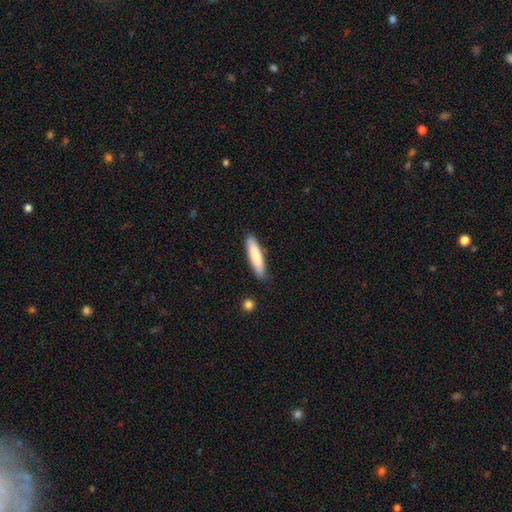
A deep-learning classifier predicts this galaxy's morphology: type=smooth (81%); roundness=cigar-shaped (78%); merging=none (86%).